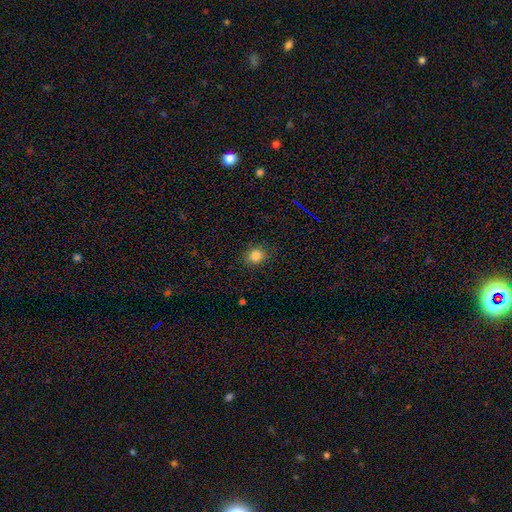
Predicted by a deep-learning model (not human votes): Smooth or featured? Predicted: smooth (p=0.84). How rounded? Predicted: round (p=0.71). Merging? Predicted: none (p=0.85).